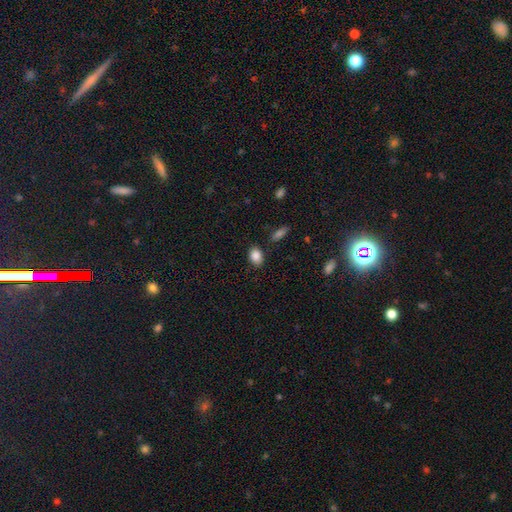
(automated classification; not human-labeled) Smooth or featured: smooth — 87% (star or artifact — 9%)
How rounded: in between — 74% (round — 25%)
Merging: none — 83% (minor disturbance — 11%)